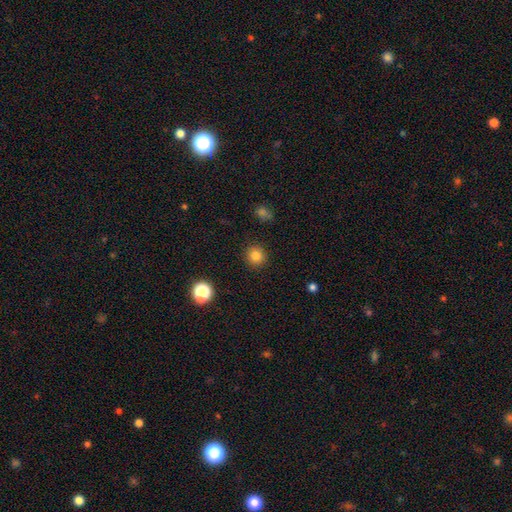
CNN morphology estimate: A smooth galaxy with no disk features (82%) that is round (90%).

Vote fractions:
- Smooth or featured? smooth: 82% / star or artifact: 13% / featured or disk: 5%
- How rounded? round: 90% / in between: 9% / cigar-shaped: 1%
- Merging? none: 91% / minor disturbance: 6% / major disturbance: 2% / merger: 1%